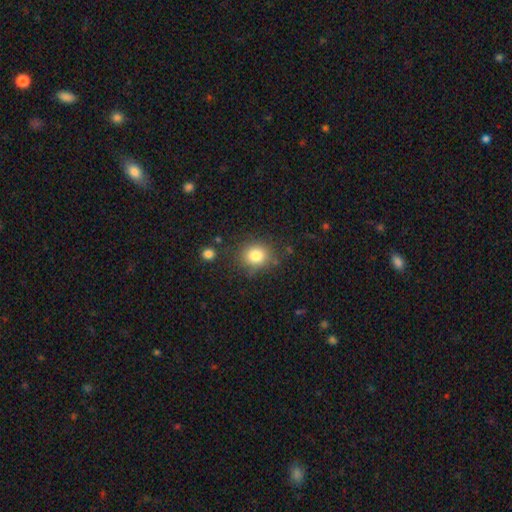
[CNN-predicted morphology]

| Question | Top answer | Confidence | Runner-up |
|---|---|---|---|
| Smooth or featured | smooth | 81% | star or artifact (11%) |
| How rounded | round | 80% | in between (19%) |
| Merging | none | 82% | minor disturbance (11%) |